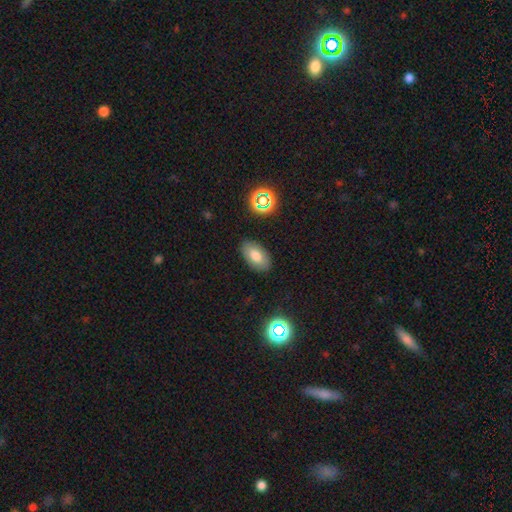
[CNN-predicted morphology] Smooth or featured: smooth — 73% (featured or disk — 16%)
How rounded: in between — 93% (round — 5%)
Merging: none — 85% (minor disturbance — 11%)